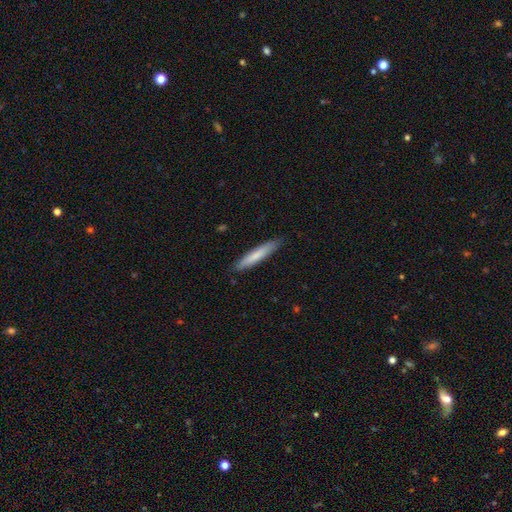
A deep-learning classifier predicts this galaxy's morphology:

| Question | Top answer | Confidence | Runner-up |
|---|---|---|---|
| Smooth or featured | smooth | 75% | featured or disk (20%) |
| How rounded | cigar-shaped | 92% | in between (7%) |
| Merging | none | 88% | minor disturbance (9%) |